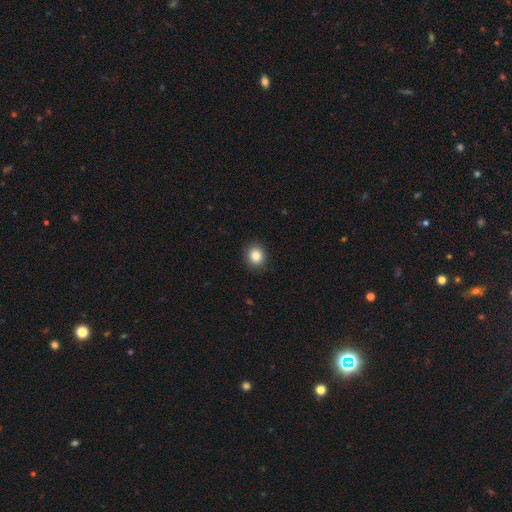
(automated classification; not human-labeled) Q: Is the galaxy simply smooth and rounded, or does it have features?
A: smooth — 86%.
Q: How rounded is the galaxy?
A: round — 80%.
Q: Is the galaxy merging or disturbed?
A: none — 90%.